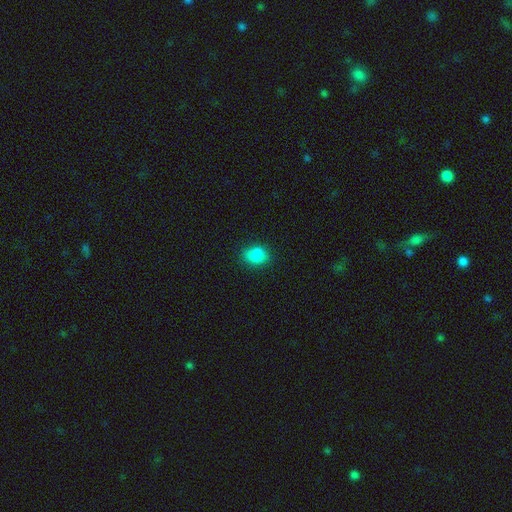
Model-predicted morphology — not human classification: Smooth or featured? Predicted: smooth (p=0.86). How rounded? Predicted: in between (p=0.57). Merging? Predicted: none (p=0.79).